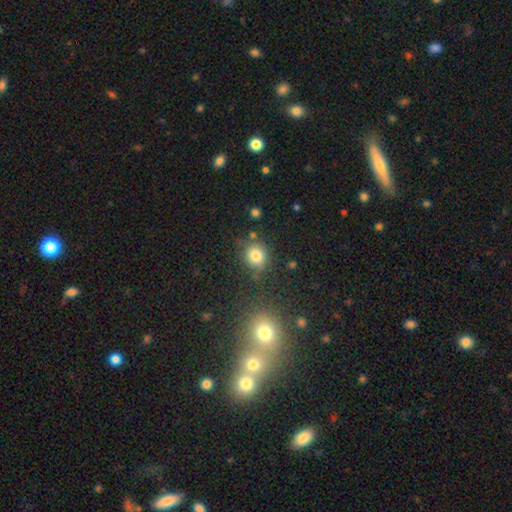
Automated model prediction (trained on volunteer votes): Smooth or featured?
  - smooth: 80% *
  - star or artifact: 13%
  - featured or disk: 7%
How rounded?
  - round: 78% *
  - in between: 21%
  - cigar-shaped: 1%
Merging?
  - none: 77% *
  - minor disturbance: 13%
  - merger: 6%
  - major disturbance: 4%